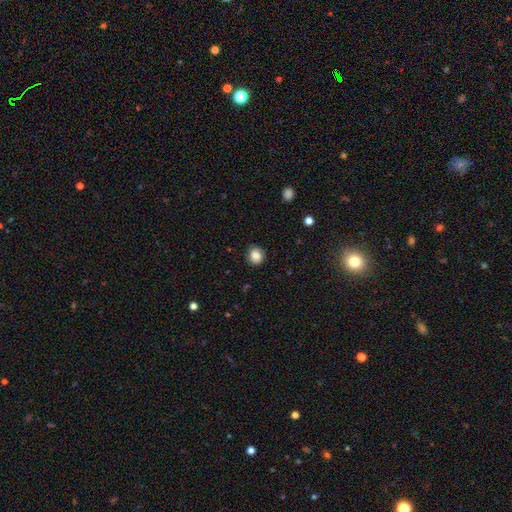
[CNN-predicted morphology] This appears to be a smooth galaxy with no disk features (85%) that is round (75%). Merging: none (86%).